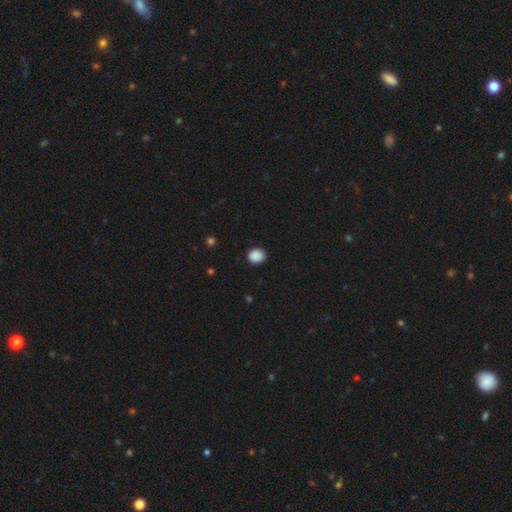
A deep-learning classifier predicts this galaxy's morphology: A smooth galaxy with no disk features (89%) that is round (75%).

Vote fractions:
- Smooth or featured? smooth: 89% / star or artifact: 9% / featured or disk: 2%
- How rounded? round: 75% / in between: 24% / cigar-shaped: 1%
- Merging? none: 89% / minor disturbance: 8% / major disturbance: 2% / merger: 1%